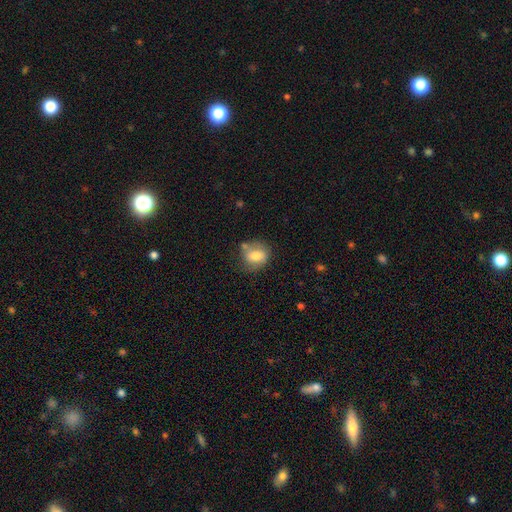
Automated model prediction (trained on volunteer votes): Morphology: type=smooth (71%); roundness=round (63%); merging=none (59%).